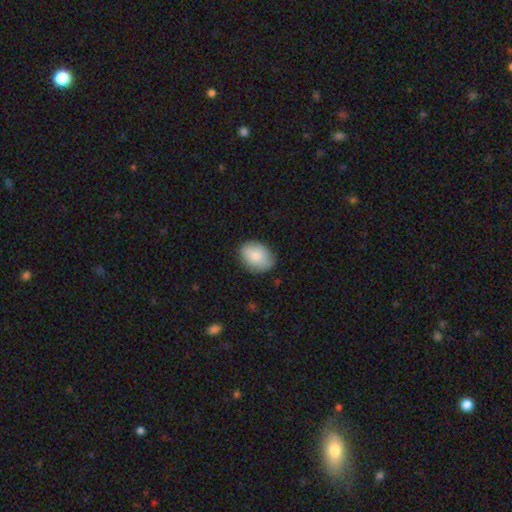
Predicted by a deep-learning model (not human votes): smooth_or_featured: smooth (p=0.82) [alt: featured or disk p=0.11]
how_rounded: in between (p=0.68) [alt: round p=0.31]
merging: none (p=0.76) [alt: minor disturbance p=0.19]